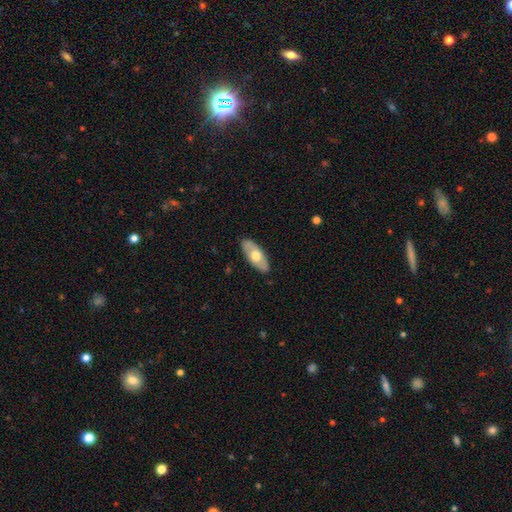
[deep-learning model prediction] A smooth galaxy with no disk features (55%) that is in between round and cigar-shaped (87%).

Vote fractions:
- Smooth or featured? smooth: 55% / featured or disk: 40% / star or artifact: 5%
- How rounded? in between: 87% / cigar-shaped: 11% / round: 3%
- Merging? none: 87% / minor disturbance: 10% / major disturbance: 2% / merger: 1%